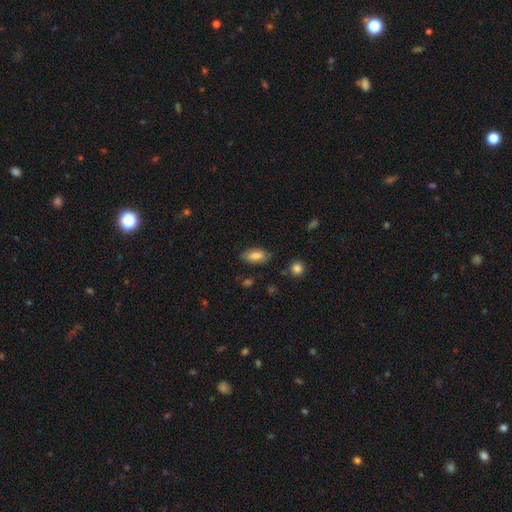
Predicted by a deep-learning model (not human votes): The model was most divided on "smooth or featured": smooth: 75%, featured or disk: 17%, star or artifact: 8%. More confident: how rounded — in between (90%); merging — none (77%).